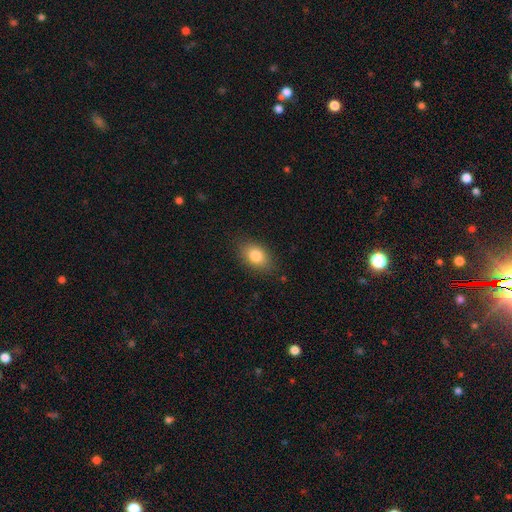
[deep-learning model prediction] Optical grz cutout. It shows a smooth galaxy with no disk features (82%) that is in between round and cigar-shaped (81%). Merging: none (84%).